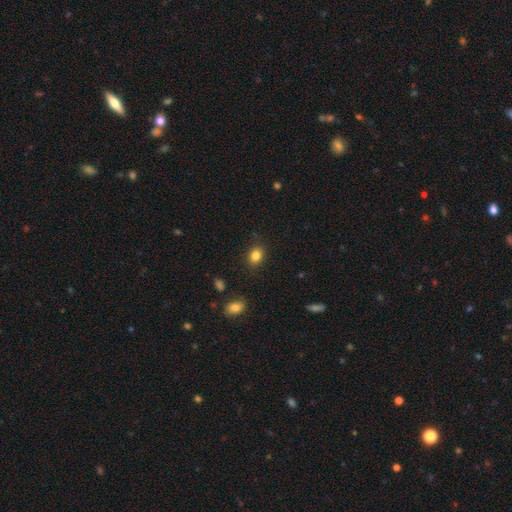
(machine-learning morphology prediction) smooth 84%, star or artifact 11%, featured or disk 6%. Down the decision tree: how rounded — in between (53%); merging — none (86%).